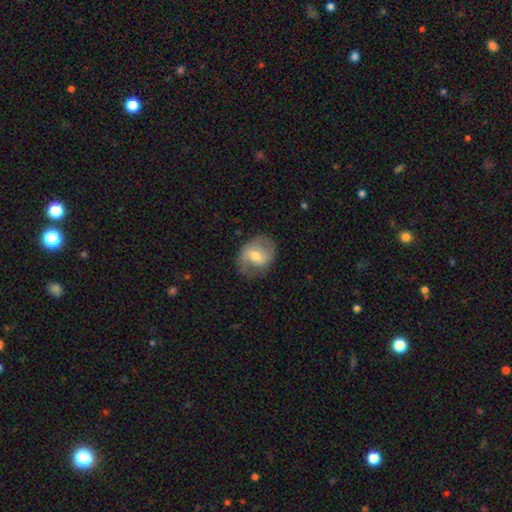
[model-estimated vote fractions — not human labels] This is possibly a featured or disk galaxy (54%). It is clearly not viewed edge-on (96%). Bar: possibly weak (50%). Spiral arm pattern: likely yes (70%). Central bulge: likely moderate (66%). Merging: likely none (68%).